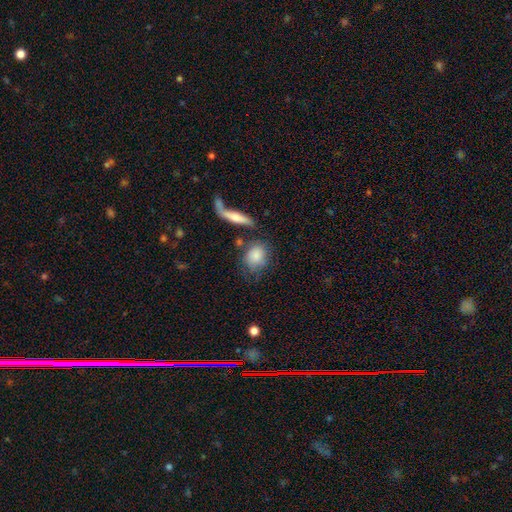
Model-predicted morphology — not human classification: The model was most divided on "how rounded": in between: 50%, round: 46%, cigar-shaped: 4%. More confident: smooth or featured — smooth (80%); merging — none (53%).